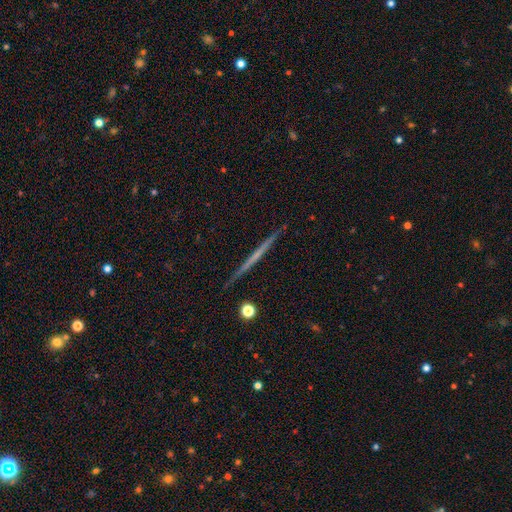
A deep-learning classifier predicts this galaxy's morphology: smooth_or_featured: featured or disk (p=0.60) [alt: smooth p=0.33]
disk_edge_on: yes (p=0.98) [alt: no p=0.02]
edge_on_bulge: none (p=0.91) [alt: rounded p=0.06]
merging: none (p=0.91) [alt: minor disturbance p=0.06]